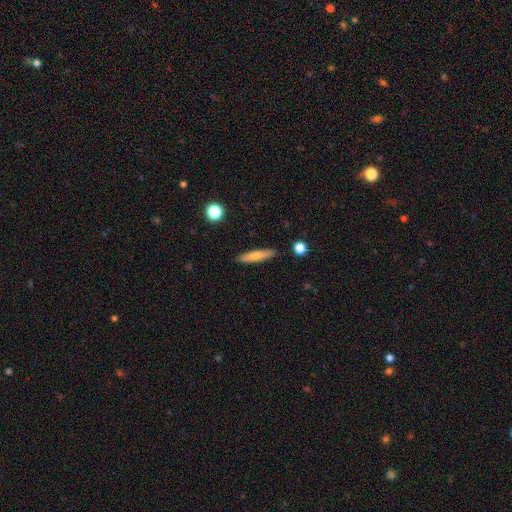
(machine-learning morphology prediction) type=smooth (67%); roundness=cigar-shaped (86%); merging=none (90%).